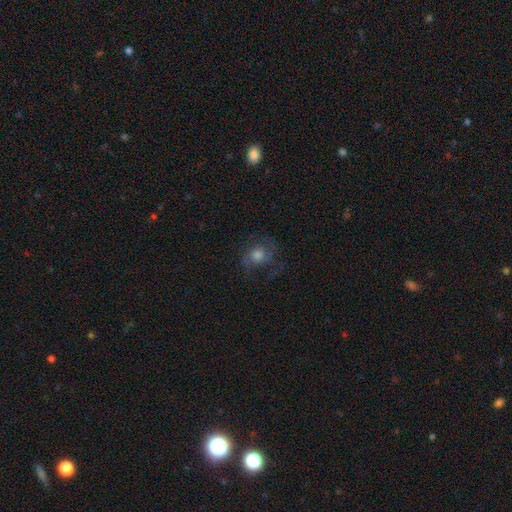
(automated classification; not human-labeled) This is possibly a featured or disk galaxy (50%). It is clearly not viewed edge-on (97%). Merging: likely none (63%).